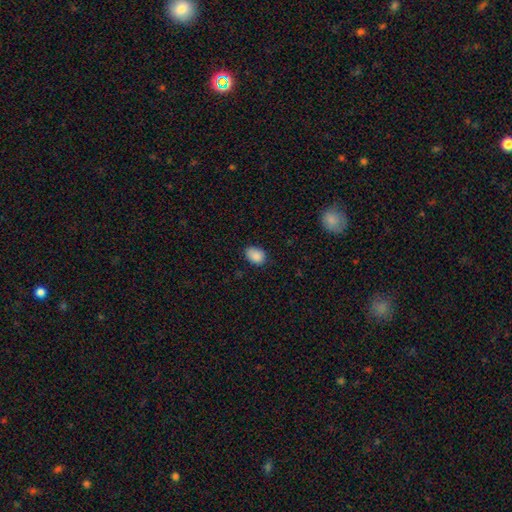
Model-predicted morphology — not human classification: This appears to be a smooth galaxy with no disk features (88%) that is in between round and cigar-shaped (72%). Merging: none (78%).